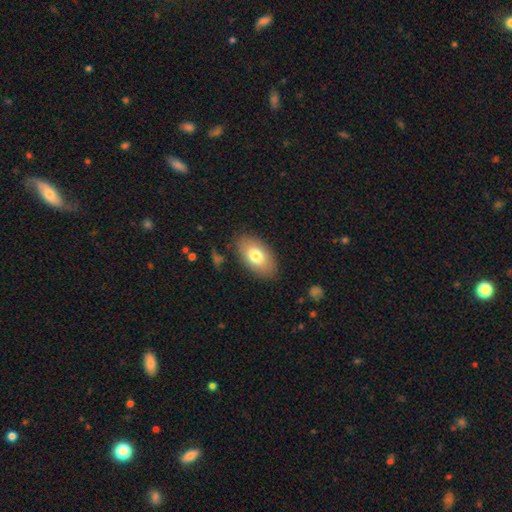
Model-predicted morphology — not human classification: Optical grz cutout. It shows a smooth galaxy with no disk features (76%) that is in between round and cigar-shaped (93%). Merging: none (84%).